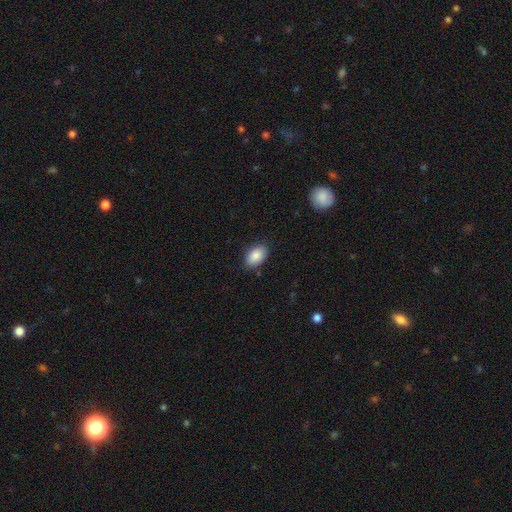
This appears to be a smooth galaxy with no disk features (89%) that is in between round and cigar-shaped (91%). Merging: none (77%).